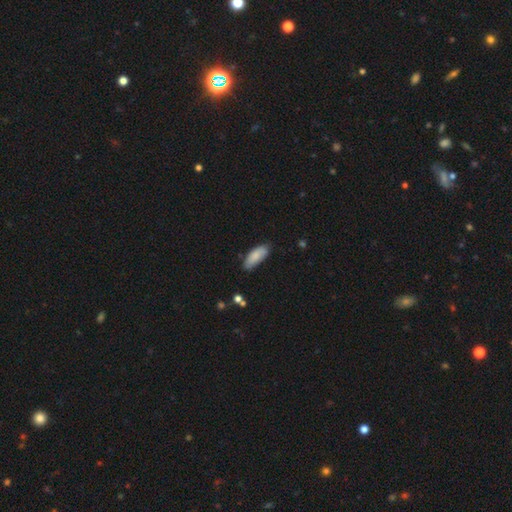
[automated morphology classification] Smooth or featured? Predicted: smooth (p=0.83). How rounded? Predicted: in between (p=0.79). Merging? Predicted: none (p=0.74).